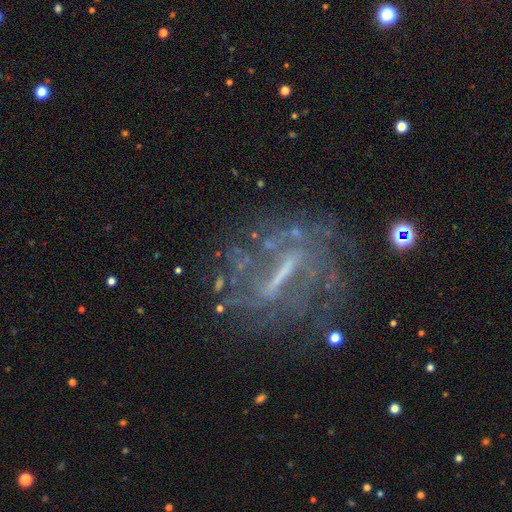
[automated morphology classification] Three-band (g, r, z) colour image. It shows a featured or disk galaxy (74%) with a strong bar (66%), spiral arms (55%) and no central bulge (48%). Merging: none (64%).